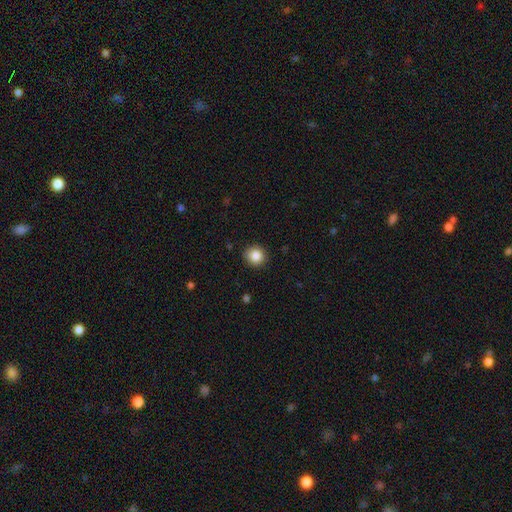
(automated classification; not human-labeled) smooth_or_featured: smooth (p=0.85) [alt: star or artifact p=0.09]
how_rounded: round (p=0.88) [alt: in between p=0.11]
merging: none (p=0.88) [alt: minor disturbance p=0.09]